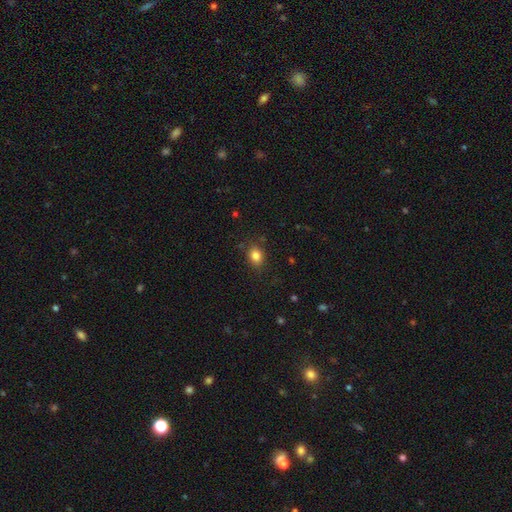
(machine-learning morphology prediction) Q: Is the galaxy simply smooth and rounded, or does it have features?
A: smooth — 83%.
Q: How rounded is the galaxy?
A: in between — 60%.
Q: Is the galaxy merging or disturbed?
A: none — 83%.